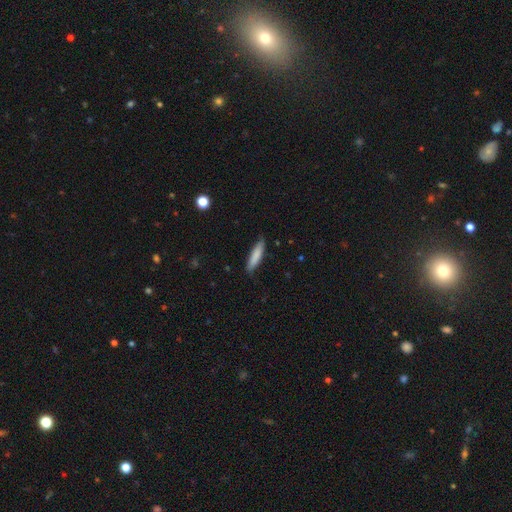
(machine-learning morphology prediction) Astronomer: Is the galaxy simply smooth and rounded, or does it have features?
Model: smooth — 83%.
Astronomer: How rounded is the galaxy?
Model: cigar-shaped — 80%.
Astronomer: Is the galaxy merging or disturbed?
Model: none — 84%.